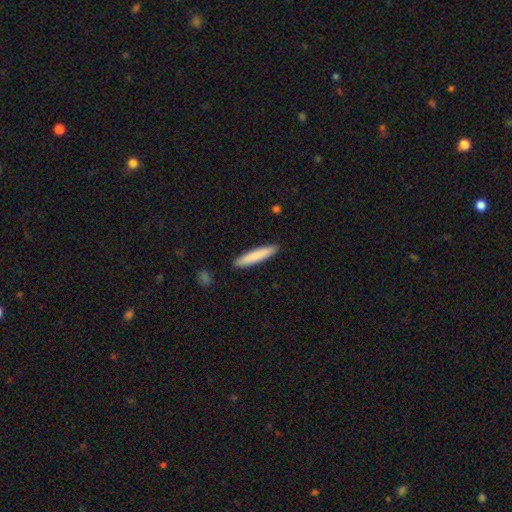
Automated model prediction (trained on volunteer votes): This appears to be a smooth galaxy with no disk features (82%) that is cigar-shaped (91%). Merging: none (91%).